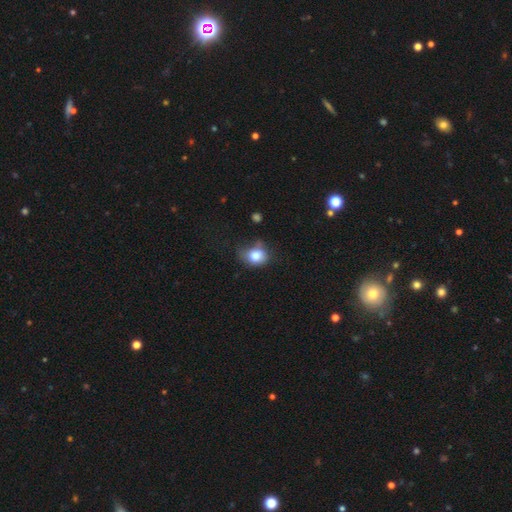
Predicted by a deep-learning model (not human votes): Overall: smooth (79%). How rounded: round (53%; in between 46%). Merging: none (45%; minor disturbance 35%).